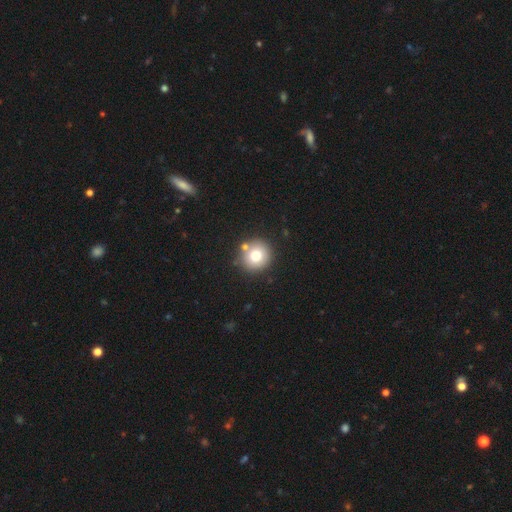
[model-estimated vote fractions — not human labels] Smooth or featured? Predicted: smooth (p=0.75). How rounded? Predicted: round (p=0.92). Merging? Predicted: none (p=0.80).